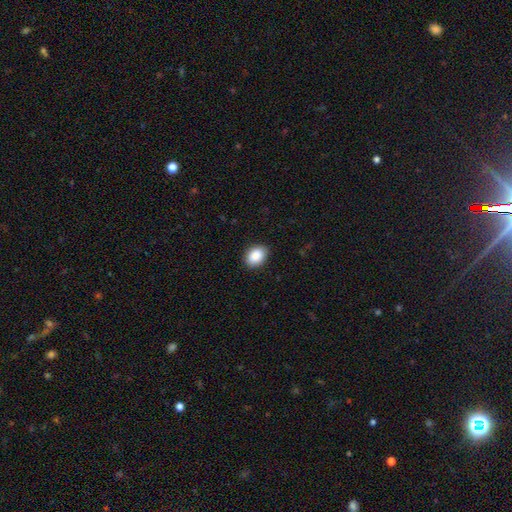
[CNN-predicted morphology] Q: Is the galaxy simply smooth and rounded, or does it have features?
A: smooth — 89%.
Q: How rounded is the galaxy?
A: in between — 67%.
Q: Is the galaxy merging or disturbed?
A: none — 89%.